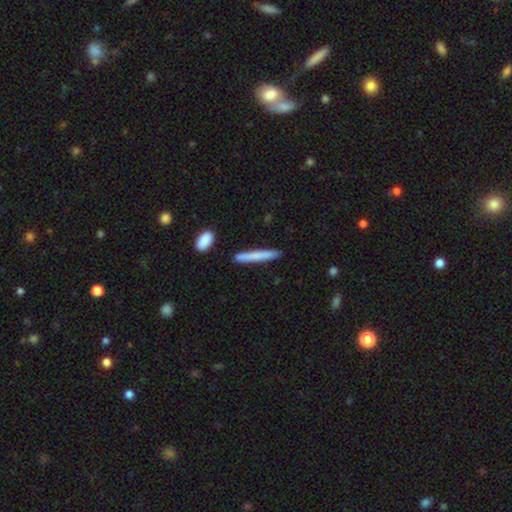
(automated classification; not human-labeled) Overall: smooth (73%). How rounded: cigar-shaped (96%). Merging: none (89%).